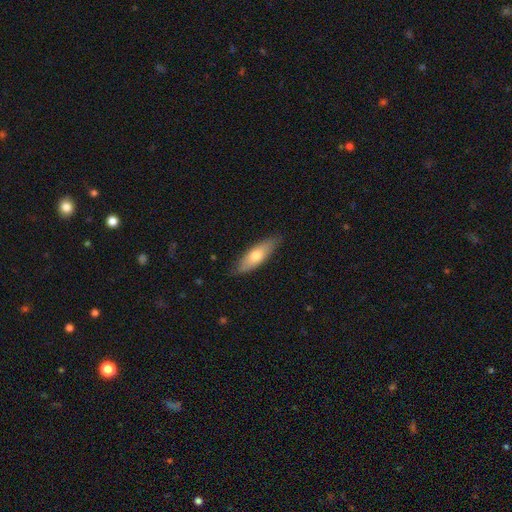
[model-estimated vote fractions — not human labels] Overall: smooth (65%; featured or disk 29%). How rounded: in between (54%; cigar-shaped 44%). Merging: none (82%).